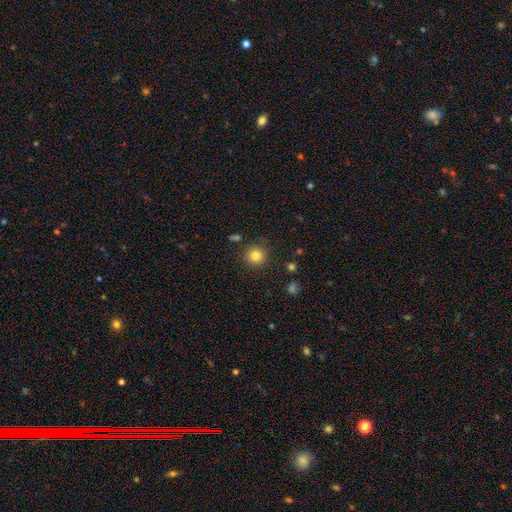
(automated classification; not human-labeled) The model was most divided on "smooth or featured": smooth: 83%, star or artifact: 11%, featured or disk: 6%. More confident: how rounded — round (93%); merging — none (85%).